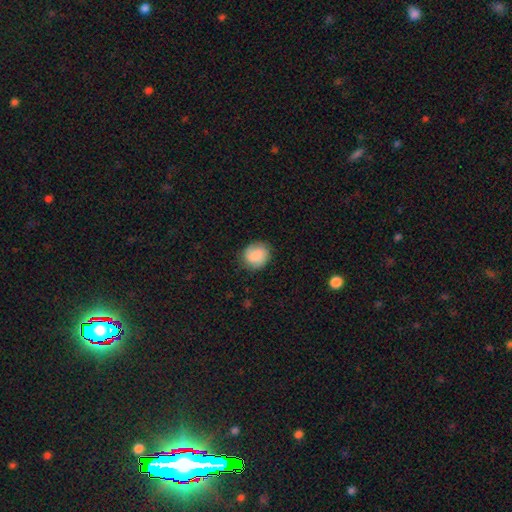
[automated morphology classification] Smooth or featured? smooth (81%)
How rounded? round (78%)
Merging? none (81%)